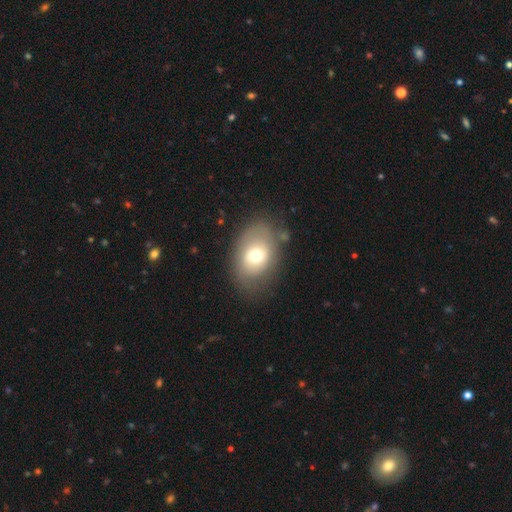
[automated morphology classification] A smooth galaxy with no disk features (65%) that is in between round and cigar-shaped (73%). Merging: none (72%).